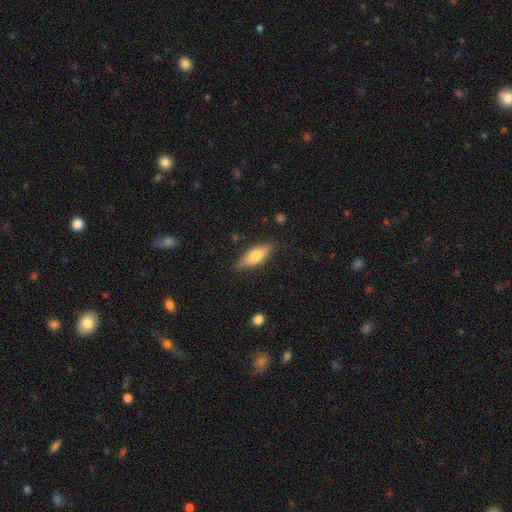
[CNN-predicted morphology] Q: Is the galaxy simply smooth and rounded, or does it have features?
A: smooth — 68%.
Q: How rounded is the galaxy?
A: in between — 69%.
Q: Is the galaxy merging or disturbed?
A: none — 78%.